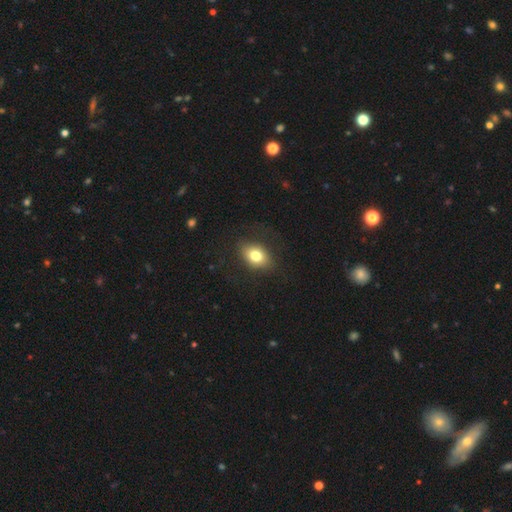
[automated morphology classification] Q: Smooth or featured?
A: smooth (77%); runner-up: featured or disk (14%)
Q: How rounded?
A: in between (77%); runner-up: round (22%)
Q: Merging?
A: none (78%); runner-up: minor disturbance (14%)